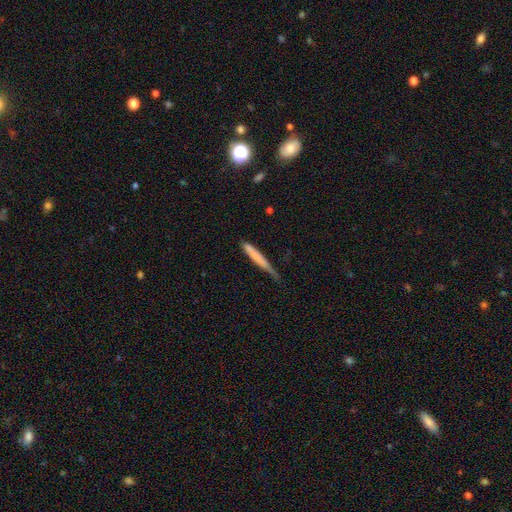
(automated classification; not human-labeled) Morphology: type=smooth (68%); roundness=cigar-shaped (95%); merging=none (52%).